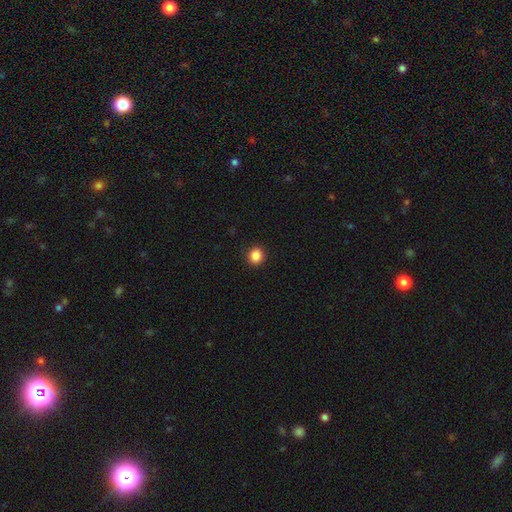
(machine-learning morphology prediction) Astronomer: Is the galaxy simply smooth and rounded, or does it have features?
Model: smooth — 87%.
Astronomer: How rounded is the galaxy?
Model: round — 84%.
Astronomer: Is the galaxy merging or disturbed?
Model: none — 91%.